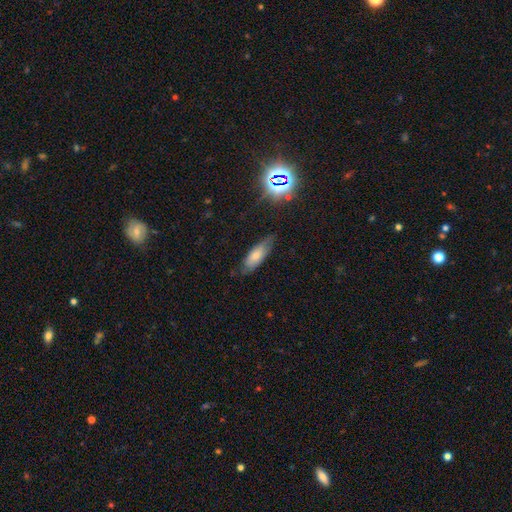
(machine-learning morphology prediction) type=smooth (66%); roundness=in between (66%); merging=none (68%).